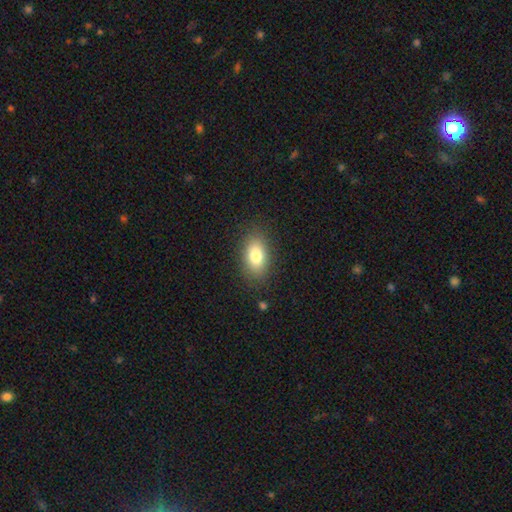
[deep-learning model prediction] This appears to be a smooth galaxy with no disk features (80%) that is in between round and cigar-shaped (88%). Merging: none (85%).